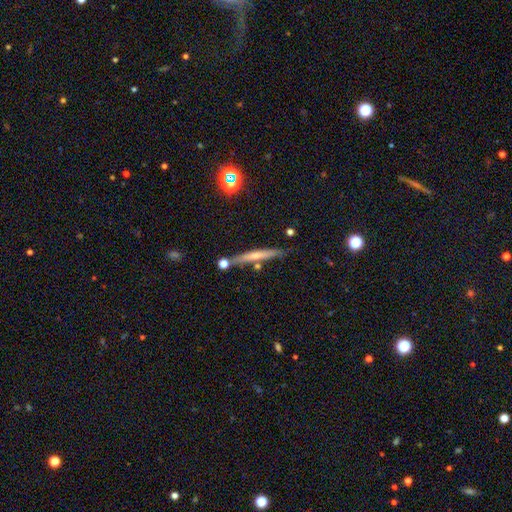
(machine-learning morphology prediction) type=smooth (47%); merging=none (76%).